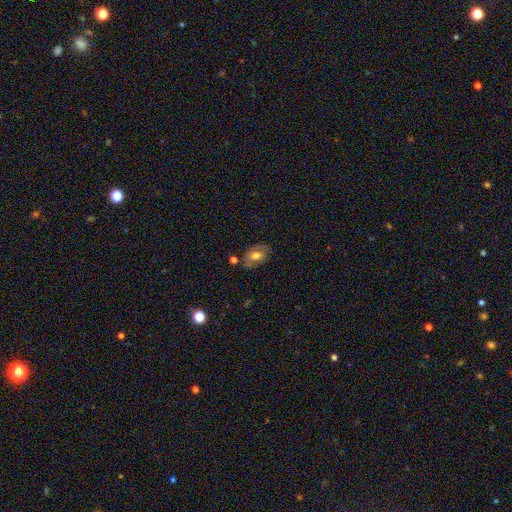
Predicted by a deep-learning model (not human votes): Smooth or featured? smooth (53%)
How rounded? in between (82%)
Merging? none (70%)